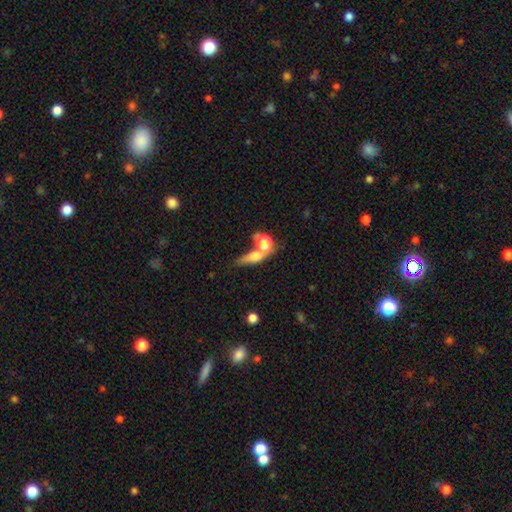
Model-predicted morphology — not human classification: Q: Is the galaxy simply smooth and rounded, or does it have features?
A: smooth — 61%.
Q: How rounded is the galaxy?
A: in between — 41%.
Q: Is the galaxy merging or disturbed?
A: none — 41%.